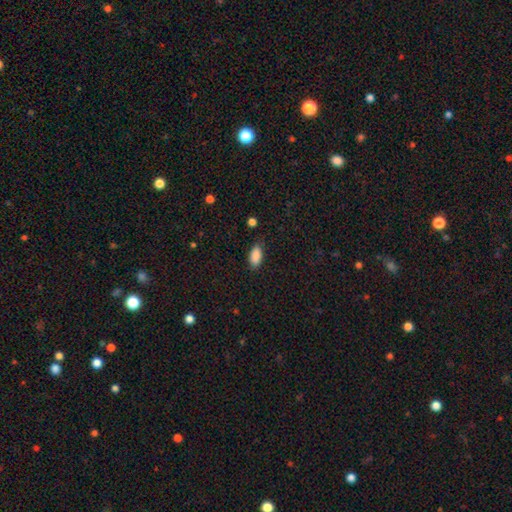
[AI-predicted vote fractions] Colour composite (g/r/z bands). It shows a smooth galaxy with no disk features (89%) that is in between round and cigar-shaped (92%). Merging: none (82%).